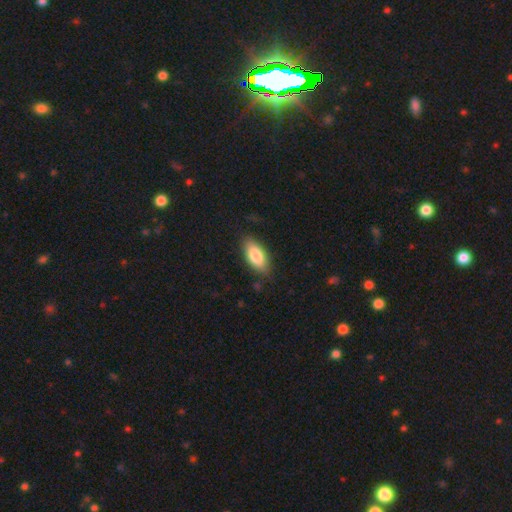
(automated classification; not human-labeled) Morphology: type=smooth (80%); roundness=in between (87%); merging=none (82%).